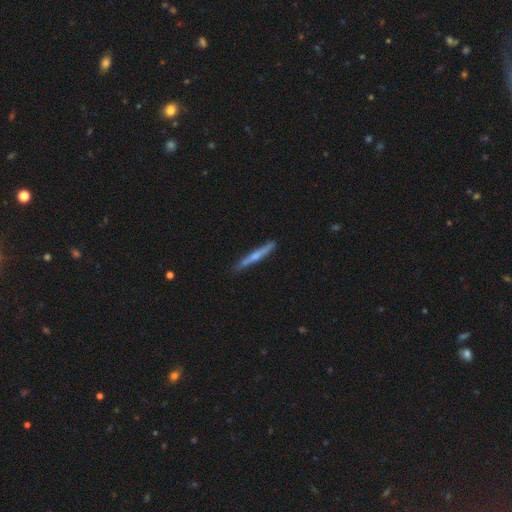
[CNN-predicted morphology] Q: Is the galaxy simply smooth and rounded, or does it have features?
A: featured or disk — 52%.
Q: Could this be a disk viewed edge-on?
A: yes — 96%.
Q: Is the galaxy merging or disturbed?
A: none — 86%.